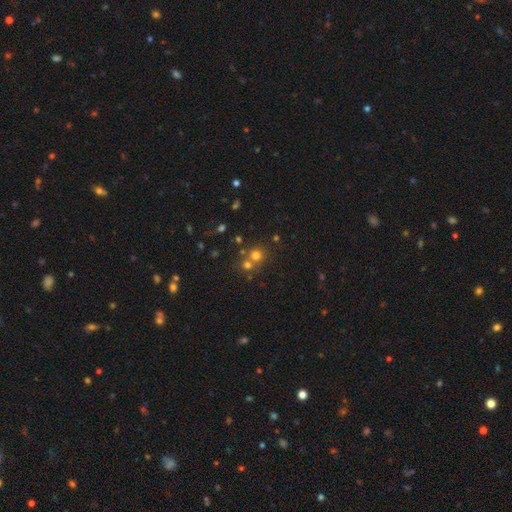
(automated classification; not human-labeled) Morphology: type=smooth (69%); roundness=round (88%); merging=none (54%).